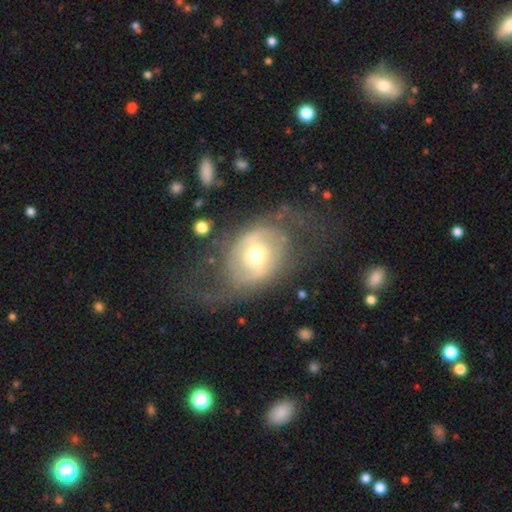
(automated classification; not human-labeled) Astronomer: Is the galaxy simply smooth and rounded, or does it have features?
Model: featured or disk — 63%.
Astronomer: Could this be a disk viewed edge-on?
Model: no — 93%.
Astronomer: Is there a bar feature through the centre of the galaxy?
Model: no — 45% (runner-up: weak, 33%).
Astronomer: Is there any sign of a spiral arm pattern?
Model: no — 52% (runner-up: yes, 48%).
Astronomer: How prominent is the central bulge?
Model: moderate — 70%.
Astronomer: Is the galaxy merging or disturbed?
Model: none — 55%.